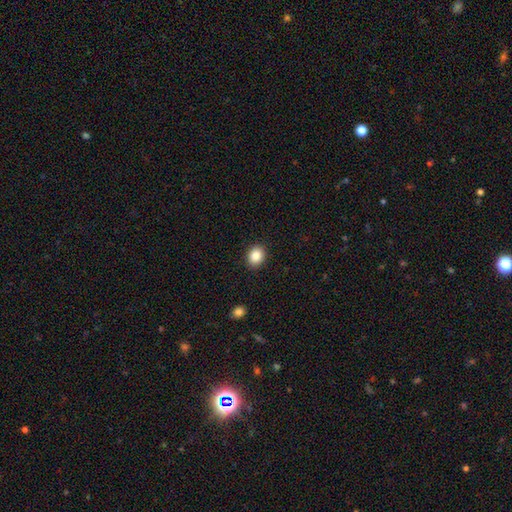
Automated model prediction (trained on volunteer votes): Smooth or featured?
  - smooth: 87% *
  - star or artifact: 9%
  - featured or disk: 4%
How rounded?
  - round: 58% *
  - in between: 41%
  - cigar-shaped: 1%
Merging?
  - none: 91% *
  - minor disturbance: 6%
  - major disturbance: 2%
  - merger: 1%